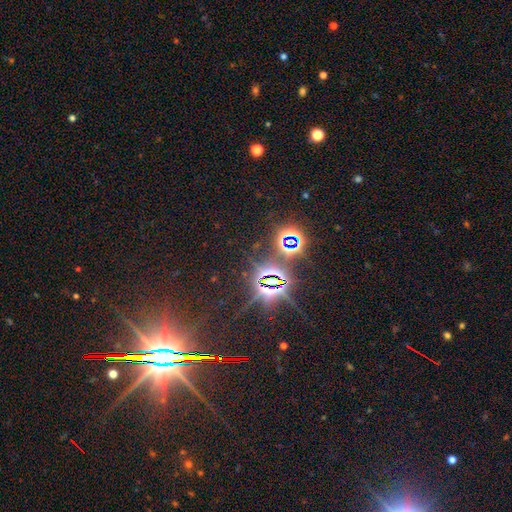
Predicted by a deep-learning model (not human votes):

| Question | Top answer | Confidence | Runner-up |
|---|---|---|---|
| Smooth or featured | star or artifact | 81% | smooth (10%) |